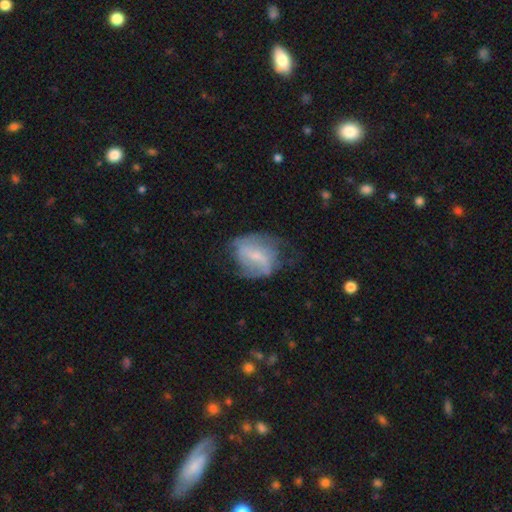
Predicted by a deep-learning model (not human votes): Smooth or featured? featured or disk (66%)
Edge-on disk? no (96%)
Bar? weak (48%)
Spiral arms? yes (77%)
Bulge size? small (62%)
Merging? none (51%)